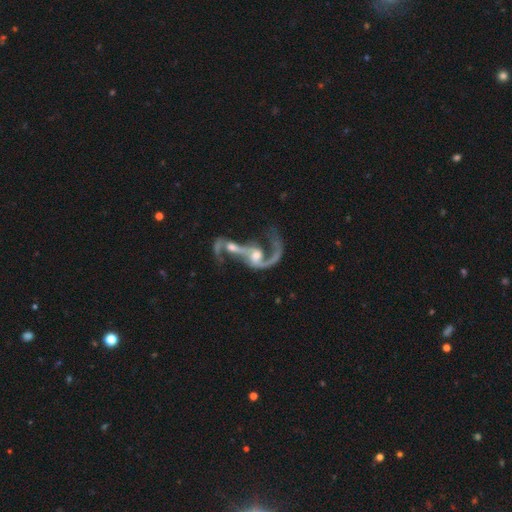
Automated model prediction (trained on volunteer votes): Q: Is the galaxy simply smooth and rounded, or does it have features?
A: featured or disk — 83%.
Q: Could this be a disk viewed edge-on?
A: no — 96%.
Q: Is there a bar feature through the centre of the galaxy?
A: no — 54%.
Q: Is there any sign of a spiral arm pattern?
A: yes — 87%.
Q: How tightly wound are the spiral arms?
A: loose — 72%.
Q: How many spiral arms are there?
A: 2 — 61%.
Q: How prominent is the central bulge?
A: moderate — 56%.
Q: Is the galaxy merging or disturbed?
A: merger — 65%.